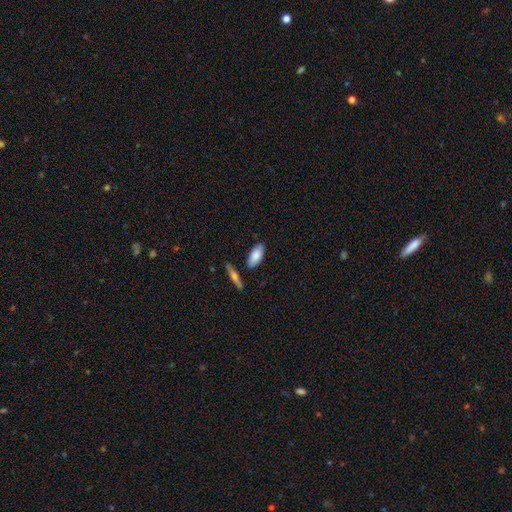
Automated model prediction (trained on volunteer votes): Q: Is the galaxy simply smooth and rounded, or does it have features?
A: smooth — 84%.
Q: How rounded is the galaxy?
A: in between — 89%.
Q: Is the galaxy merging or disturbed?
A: none — 79%.